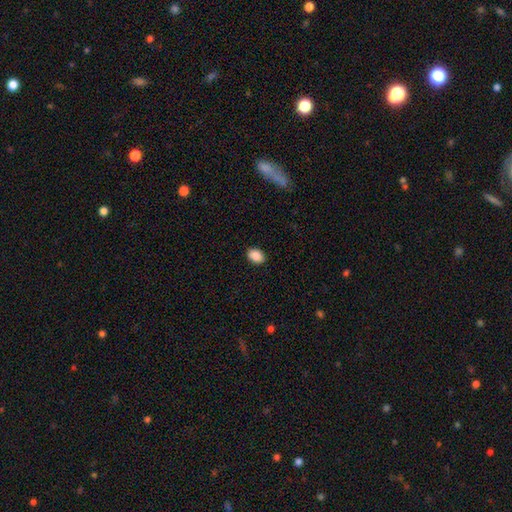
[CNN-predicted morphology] This is clearly a smooth galaxy (89%). How rounded: likely in between (78%). Merging: clearly none (90%).